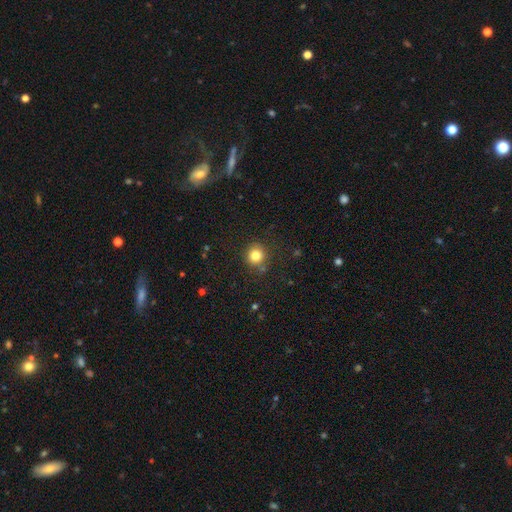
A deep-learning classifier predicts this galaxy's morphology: A smooth galaxy with no disk features (81%) that is round (90%).

Vote fractions:
- Smooth or featured? smooth: 81% / star or artifact: 12% / featured or disk: 7%
- How rounded? round: 90% / in between: 9% / cigar-shaped: 1%
- Merging? none: 85% / minor disturbance: 9% / major disturbance: 3% / merger: 3%